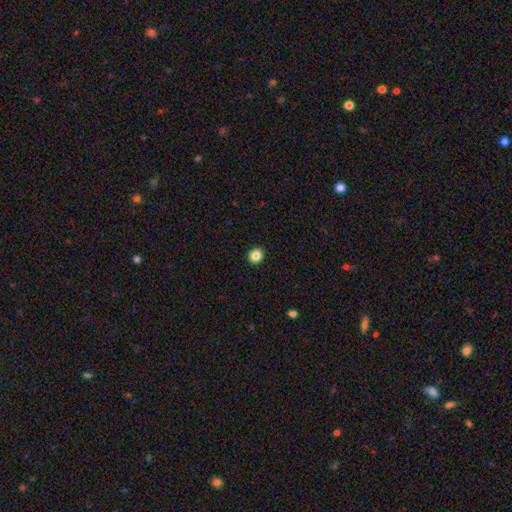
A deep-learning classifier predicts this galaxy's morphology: The model was most divided on "how rounded": round: 81%, in between: 18%, cigar-shaped: 1%. More confident: merging — none (93%); smooth or featured — smooth (86%).